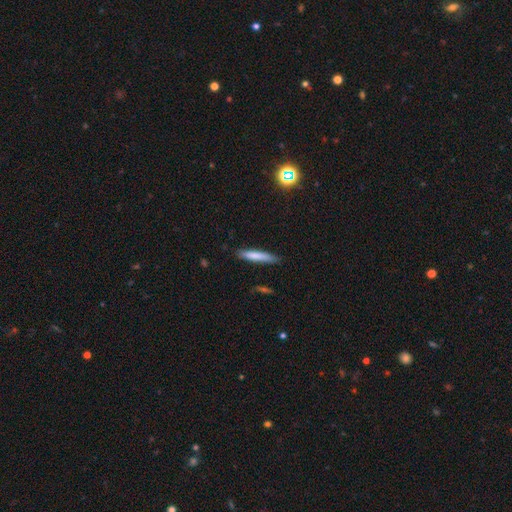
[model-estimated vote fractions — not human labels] smooth-or-featured: smooth: 76% | featured or disk: 17% | star or artifact: 7%
  how-rounded: cigar-shaped: 91% | in between: 7% | round: 1%
  merging: none: 84% | minor disturbance: 12% | major disturbance: 2% | merger: 1%